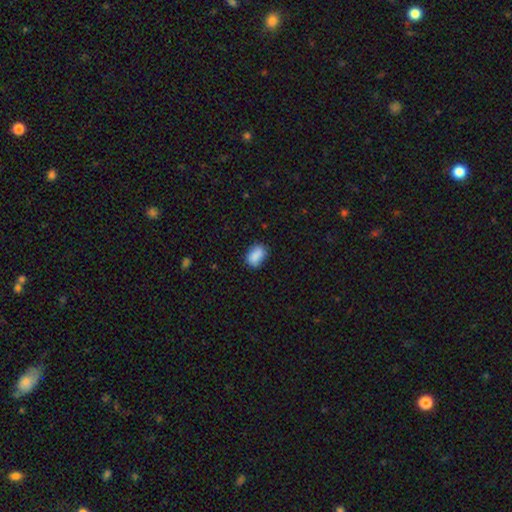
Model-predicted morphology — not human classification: smooth 87%, star or artifact 8%, featured or disk 6%. Down the decision tree: how rounded — in between (80%); merging — none (74%).